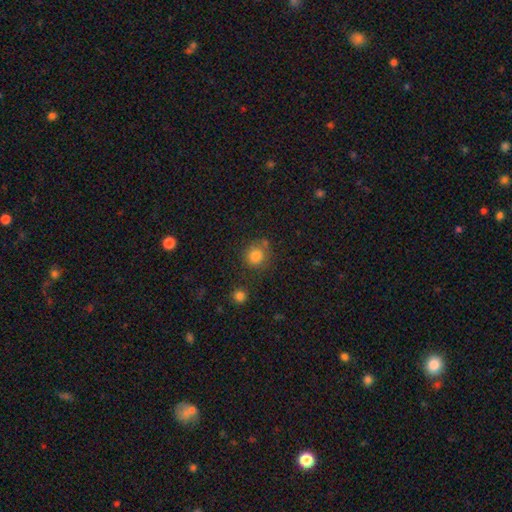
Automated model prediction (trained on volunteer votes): This appears to be a smooth galaxy with no disk features (82%) that is round (89%). Merging: none (72%).